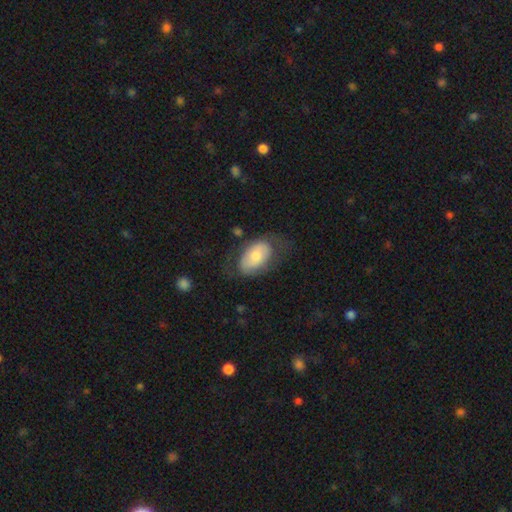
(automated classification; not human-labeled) smooth-or-featured: smooth: 62% | featured or disk: 32% | star or artifact: 6%
  how-rounded: in between: 91% | round: 7% | cigar-shaped: 1%
  merging: none: 56% | minor disturbance: 24% | major disturbance: 18% | merger: 2%